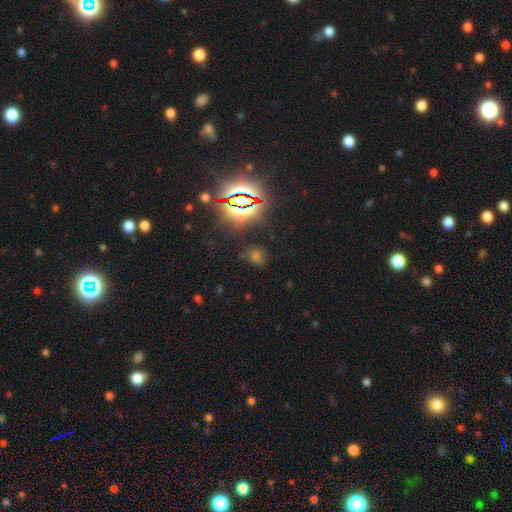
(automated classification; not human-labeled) Q: Smooth or featured?
A: star or artifact (54%); runner-up: smooth (38%)